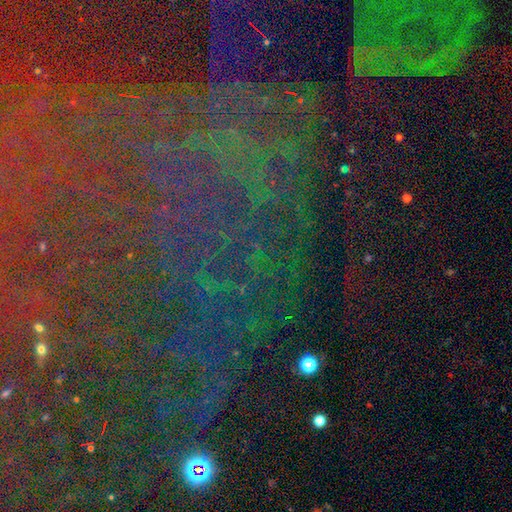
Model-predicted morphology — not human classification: Smooth or featured? Predicted: star or artifact (p=0.82).